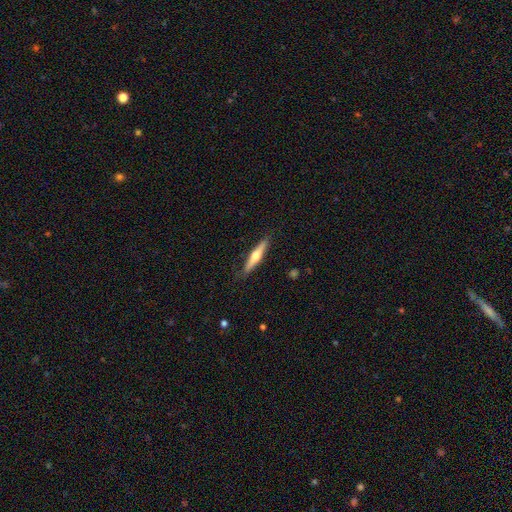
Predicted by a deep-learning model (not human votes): Smooth or featured: featured or disk — 52% (smooth — 43%)
Edge-on disk: yes — 95% (no — 5%)
Merging: none — 86% (minor disturbance — 11%)